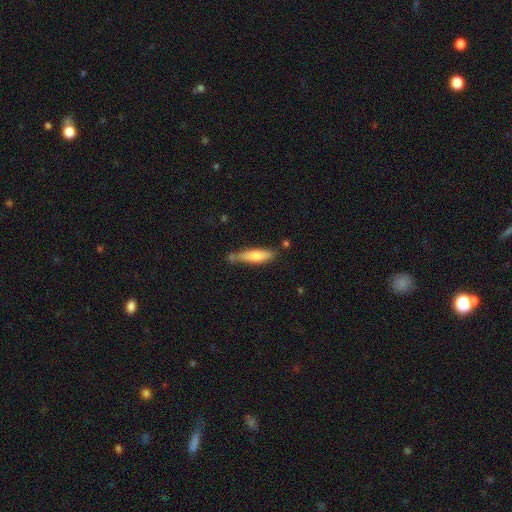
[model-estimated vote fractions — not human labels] Smooth or featured? Predicted: smooth (p=0.73). How rounded? Predicted: cigar-shaped (p=0.69). Merging? Predicted: none (p=0.59).